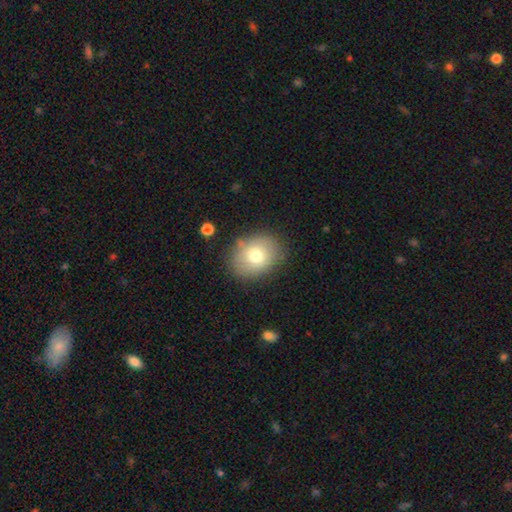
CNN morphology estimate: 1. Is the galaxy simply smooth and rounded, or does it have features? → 73% smooth, 16% featured or disk, 10% star or artifact.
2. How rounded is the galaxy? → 50% in between, 49% round, 1% cigar-shaped.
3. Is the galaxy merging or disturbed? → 80% none, 13% minor disturbance, 4% major disturbance, 3% merger.